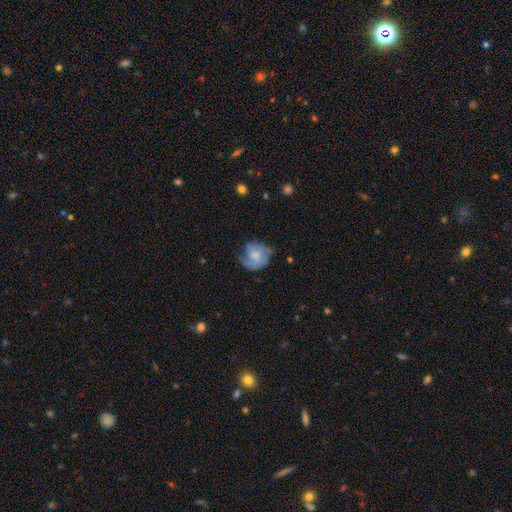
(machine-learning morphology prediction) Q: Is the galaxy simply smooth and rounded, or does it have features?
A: featured or disk — 50%.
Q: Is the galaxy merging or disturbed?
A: none — 58%.